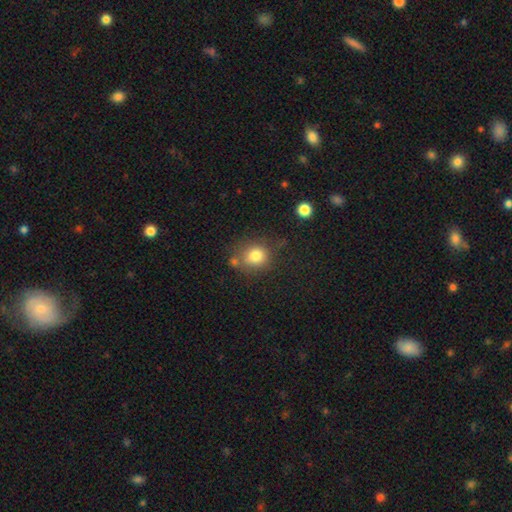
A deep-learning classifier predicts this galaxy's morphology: smooth 80%, star or artifact 11%, featured or disk 9%. Down the decision tree: how rounded — round (80%); merging — none (65%).